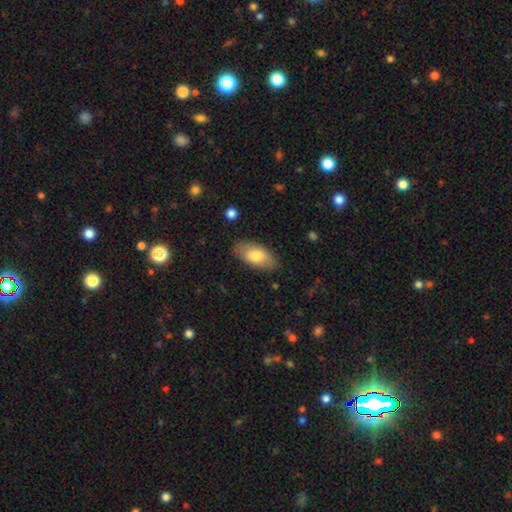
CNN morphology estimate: A smooth galaxy with no disk features (75%) that is in between round and cigar-shaped (92%). Merging: none (81%).